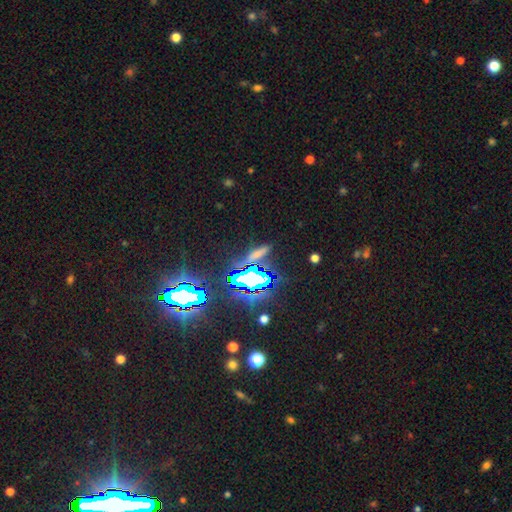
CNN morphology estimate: Smooth or featured: star or artifact — 46% (smooth — 37%)